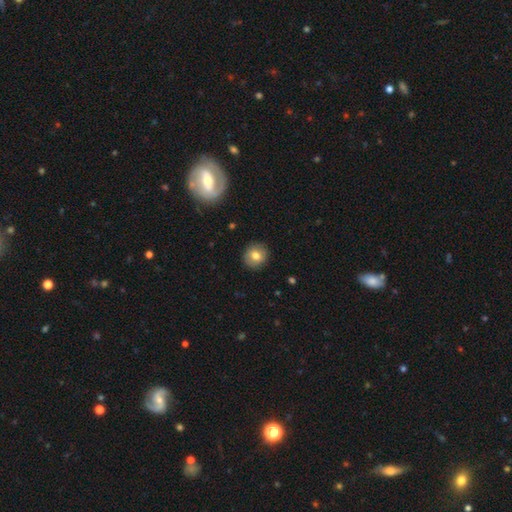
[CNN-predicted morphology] Smooth or featured?
  - smooth: 76% *
  - featured or disk: 15%
  - star or artifact: 9%
How rounded?
  - round: 88% *
  - in between: 11%
  - cigar-shaped: 1%
Merging?
  - none: 89% *
  - minor disturbance: 8%
  - major disturbance: 2%
  - merger: 1%